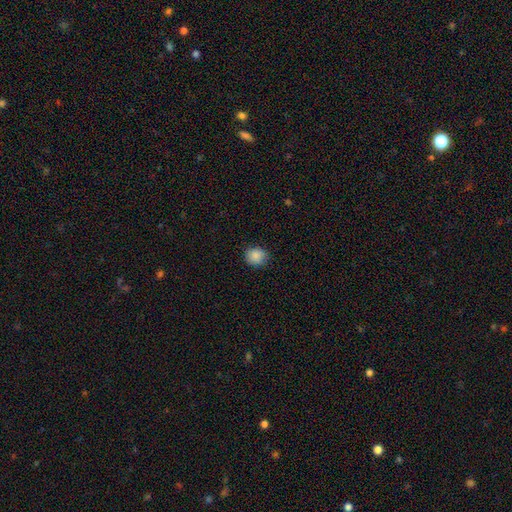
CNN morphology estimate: A smooth galaxy with no disk features (88%) that is round (83%). Merging: none (86%).